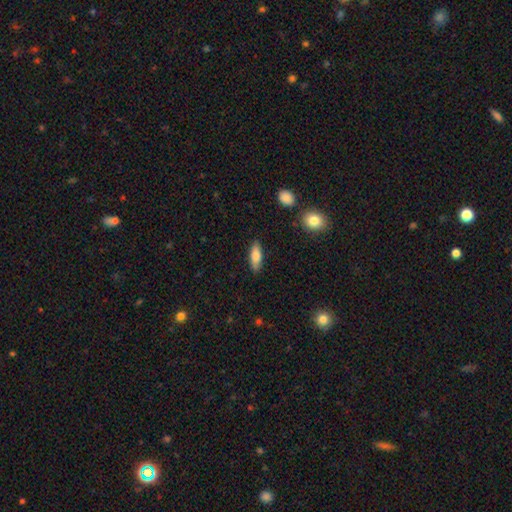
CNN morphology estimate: smooth_or_featured: smooth (p=0.78) [alt: featured or disk p=0.16]
how_rounded: in between (p=0.61) [alt: cigar-shaped p=0.37]
merging: none (p=0.86) [alt: minor disturbance p=0.10]